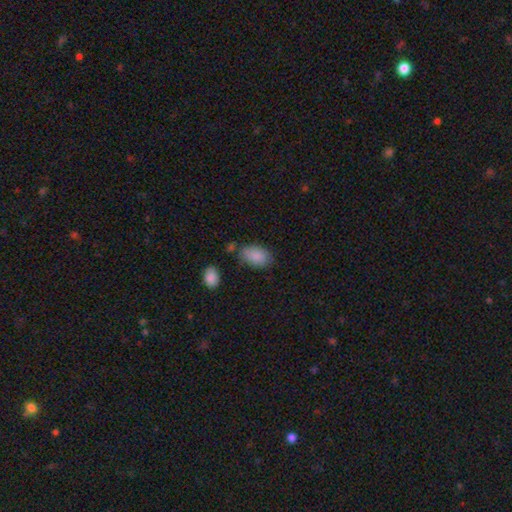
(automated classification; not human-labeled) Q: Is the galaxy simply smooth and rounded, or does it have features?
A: smooth — 88%.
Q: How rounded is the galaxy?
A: in between — 90%.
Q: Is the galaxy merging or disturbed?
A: none — 68%.